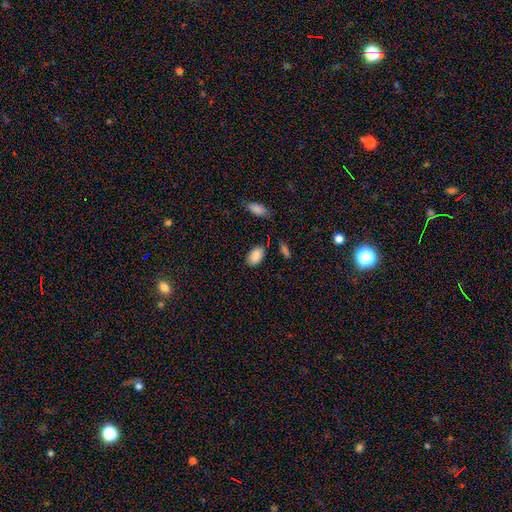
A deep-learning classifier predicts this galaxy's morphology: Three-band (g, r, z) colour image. It shows a smooth galaxy with no disk features (85%) that is in between round and cigar-shaped (92%). Merging: none (82%).